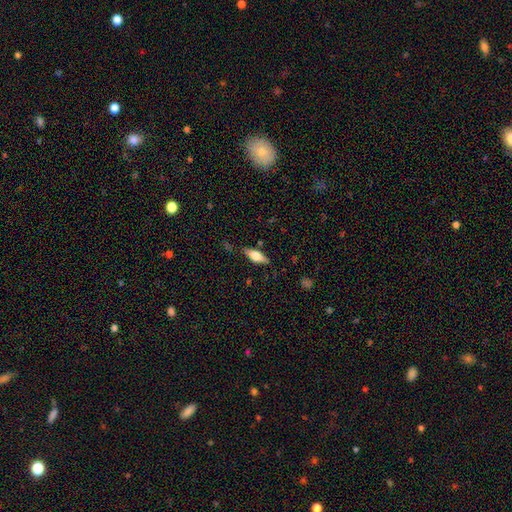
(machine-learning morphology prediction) smooth-or-featured: smooth: 58% | featured or disk: 35% | star or artifact: 7%
  how-rounded: in between: 61% | cigar-shaped: 36% | round: 3%
  merging: none: 79% | minor disturbance: 15% | major disturbance: 4% | merger: 2%